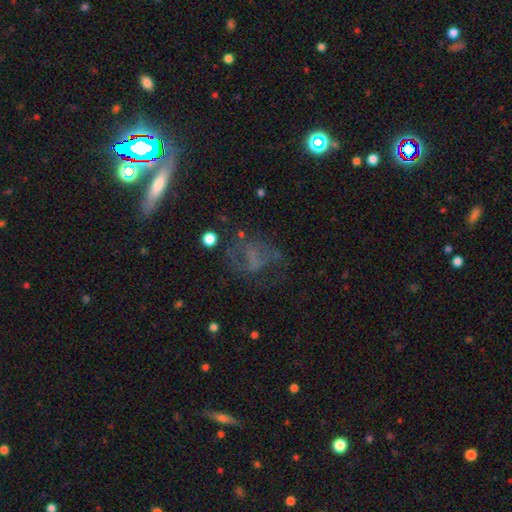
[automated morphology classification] type=featured or disk (45%); merging=none (57%).